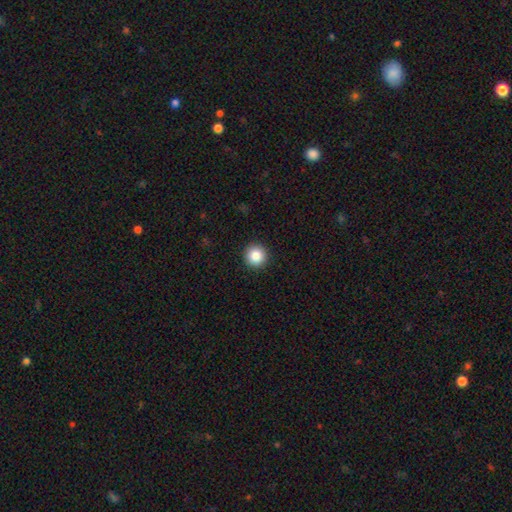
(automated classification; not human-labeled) Morphology: type=smooth (85%); roundness=round (96%); merging=none (94%).